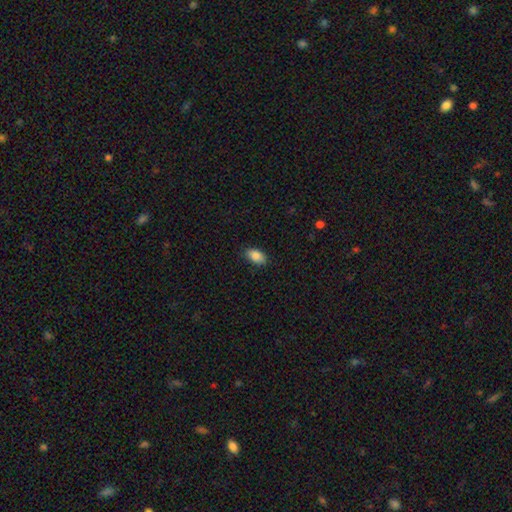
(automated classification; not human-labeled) Overall: smooth (88%). How rounded: in between (92%). Merging: none (86%).